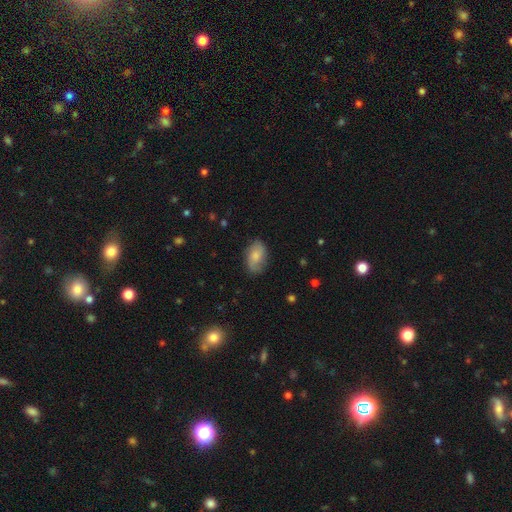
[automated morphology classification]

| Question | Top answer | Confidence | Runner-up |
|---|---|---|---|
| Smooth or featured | smooth | 68% | featured or disk (25%) |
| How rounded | in between | 89% | round (9%) |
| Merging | none | 75% | minor disturbance (19%) |